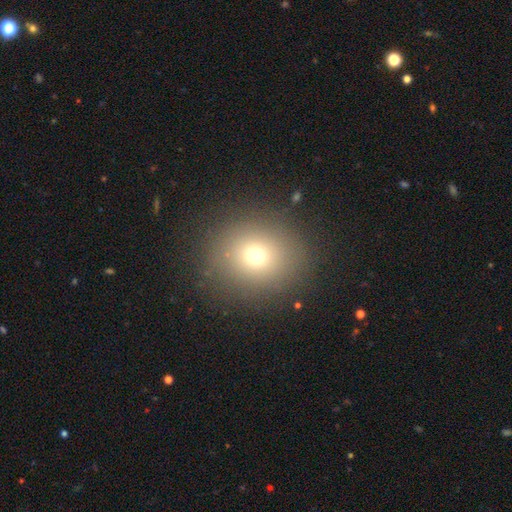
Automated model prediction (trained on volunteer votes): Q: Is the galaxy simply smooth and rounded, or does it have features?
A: smooth — 71%.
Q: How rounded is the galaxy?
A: round — 78%.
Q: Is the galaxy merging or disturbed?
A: none — 87%.